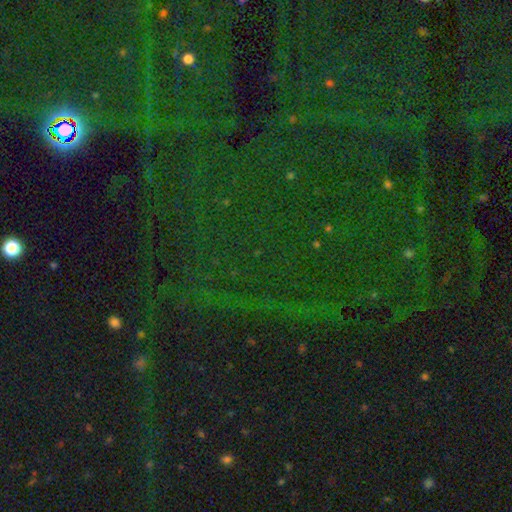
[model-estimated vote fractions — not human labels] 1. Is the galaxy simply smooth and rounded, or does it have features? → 81% star or artifact, 11% smooth, 8% featured or disk.